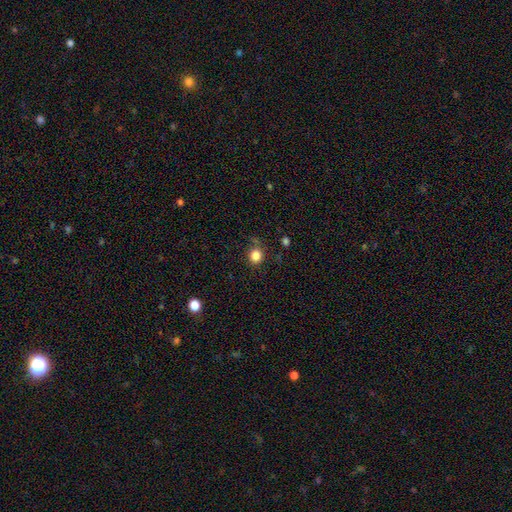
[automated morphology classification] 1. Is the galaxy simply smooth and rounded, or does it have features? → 84% smooth, 12% star or artifact, 4% featured or disk.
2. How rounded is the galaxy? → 86% round, 13% in between, 1% cigar-shaped.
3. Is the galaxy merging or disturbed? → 82% none, 11% minor disturbance, 3% major disturbance, 3% merger.